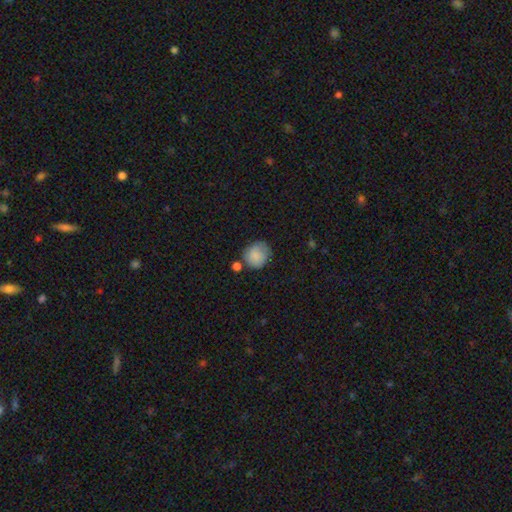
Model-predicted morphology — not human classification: A smooth galaxy with no disk features (86%) that is round (83%).

Vote fractions:
- Smooth or featured? smooth: 86% / star or artifact: 8% / featured or disk: 7%
- How rounded? round: 83% / in between: 16% / cigar-shaped: 1%
- Merging? none: 65% / minor disturbance: 20% / merger: 9% / major disturbance: 6%